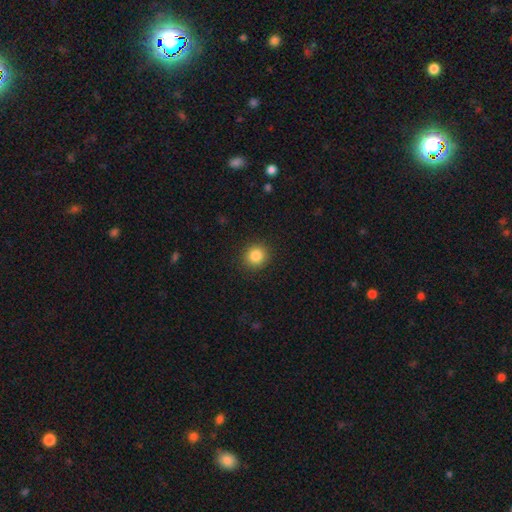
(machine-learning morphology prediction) smooth_or_featured: smooth (p=0.85) [alt: star or artifact p=0.11]
how_rounded: round (p=0.89) [alt: in between p=0.10]
merging: none (p=0.91) [alt: minor disturbance p=0.06]